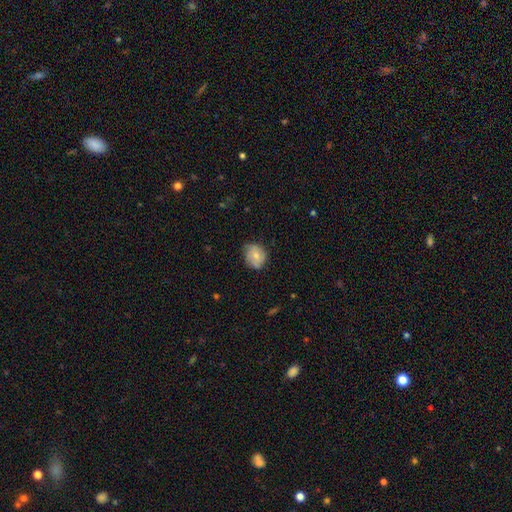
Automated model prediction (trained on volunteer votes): This appears to be a smooth galaxy with no disk features (66%) that is round (63%). Merging: none (64%).